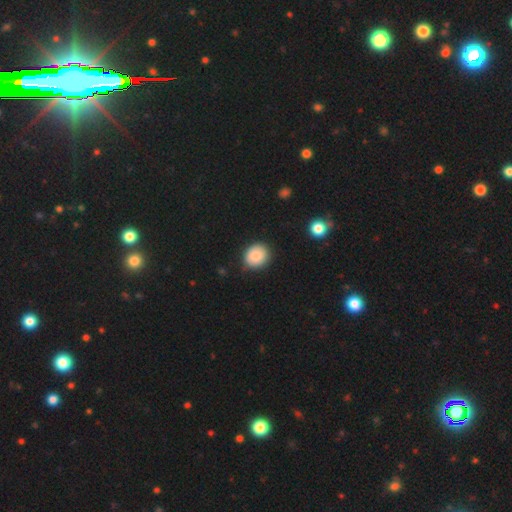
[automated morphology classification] A smooth galaxy with no disk features (84%) that is round (76%).

Vote fractions:
- Smooth or featured? smooth: 84% / star or artifact: 8% / featured or disk: 8%
- How rounded? round: 76% / in between: 23% / cigar-shaped: 1%
- Merging? none: 85% / minor disturbance: 12% / major disturbance: 2% / merger: 1%